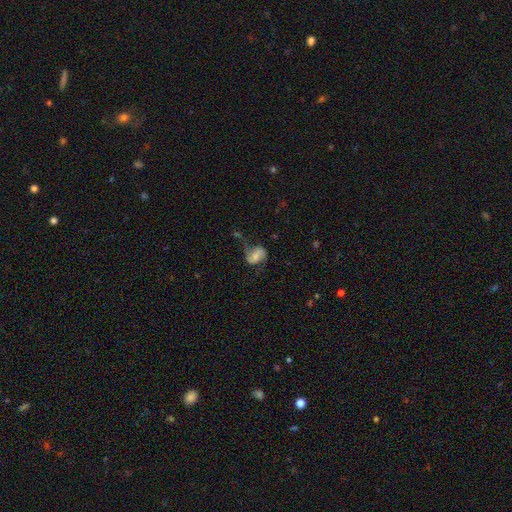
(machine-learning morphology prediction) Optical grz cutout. It shows a featured or disk galaxy (57%) with no bar (44%), spiral arms (86%) and a small central bulge (38%). Merging: none (47%).